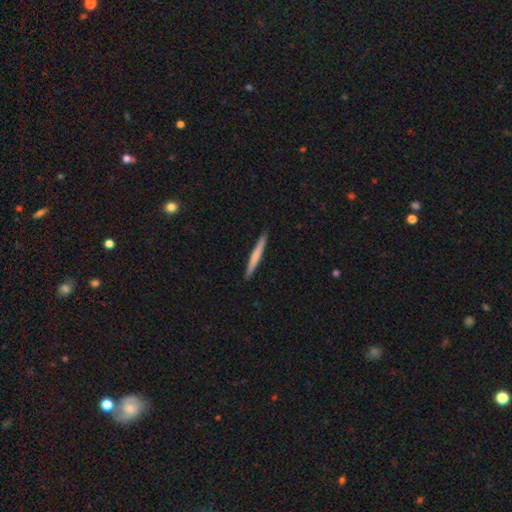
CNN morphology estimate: Overall: smooth (60%; featured or disk 35%). How rounded: cigar-shaped (97%). Merging: none (92%).